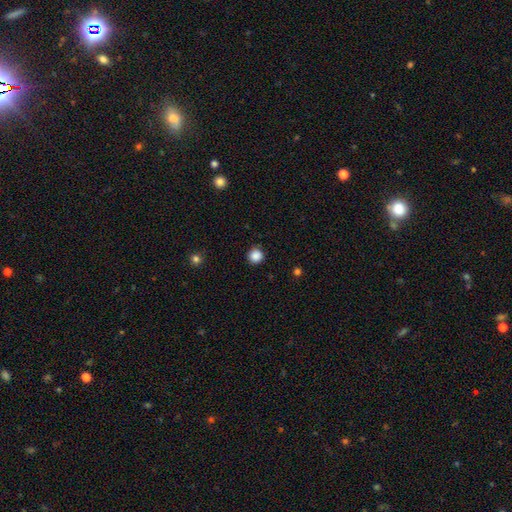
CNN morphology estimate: Smooth or featured: smooth — 87% (star or artifact — 11%)
How rounded: round — 95% (in between — 4%)
Merging: none — 91% (minor disturbance — 6%)